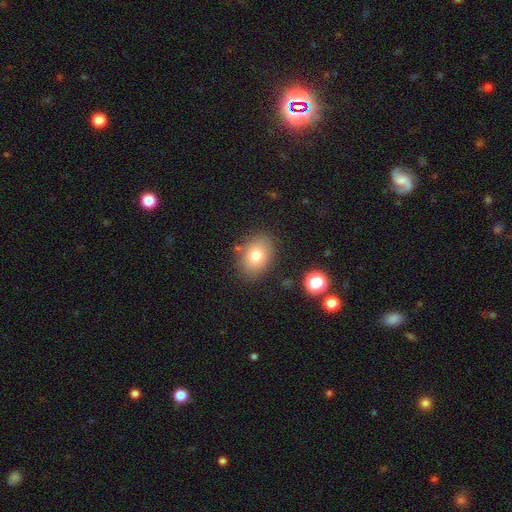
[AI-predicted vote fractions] The model was most divided on "how rounded": in between: 68%, round: 31%, cigar-shaped: 1%. More confident: merging — none (83%); smooth or featured — smooth (76%).